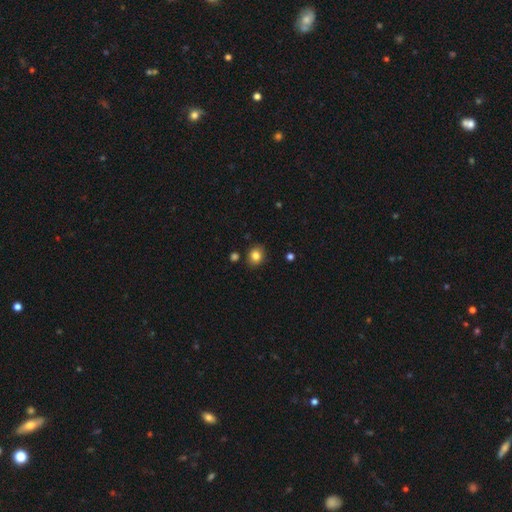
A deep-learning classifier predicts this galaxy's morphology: The model was most divided on "how rounded": round: 68%, in between: 31%, cigar-shaped: 1%. More confident: merging — none (85%); smooth or featured — smooth (83%).